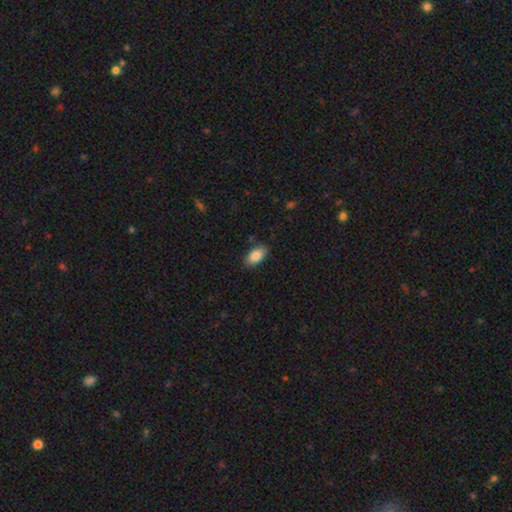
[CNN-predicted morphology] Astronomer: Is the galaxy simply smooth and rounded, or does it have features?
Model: smooth — 86%.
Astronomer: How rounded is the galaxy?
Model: in between — 93%.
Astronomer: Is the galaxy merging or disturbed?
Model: none — 86%.